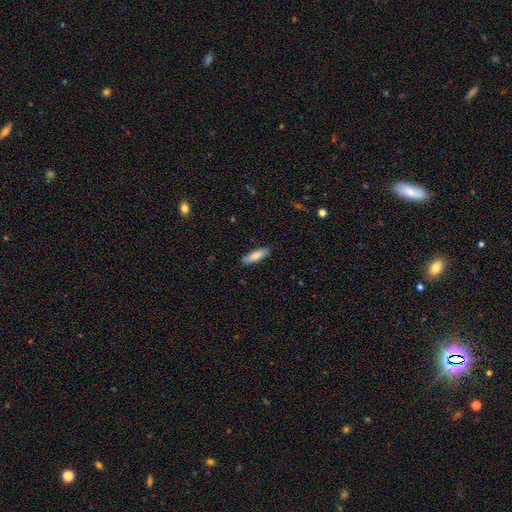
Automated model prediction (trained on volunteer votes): Q: Smooth or featured?
A: smooth (83%); runner-up: featured or disk (12%)
Q: How rounded?
A: cigar-shaped (57%); runner-up: in between (42%)
Q: Merging?
A: none (89%); runner-up: minor disturbance (9%)